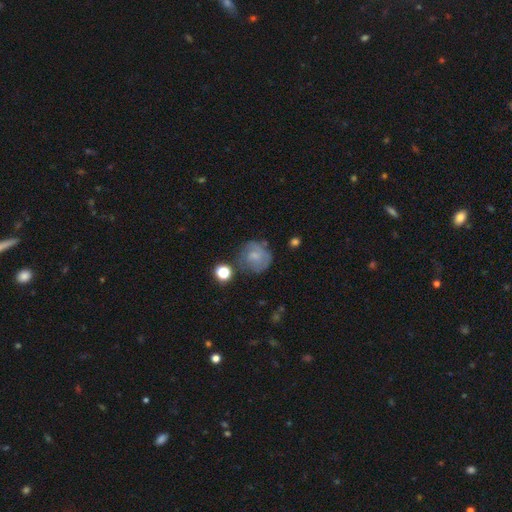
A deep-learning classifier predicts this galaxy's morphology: Smooth or featured? Predicted: smooth (p=0.52). How rounded? Predicted: round (p=0.85). Merging? Predicted: none (p=0.57).